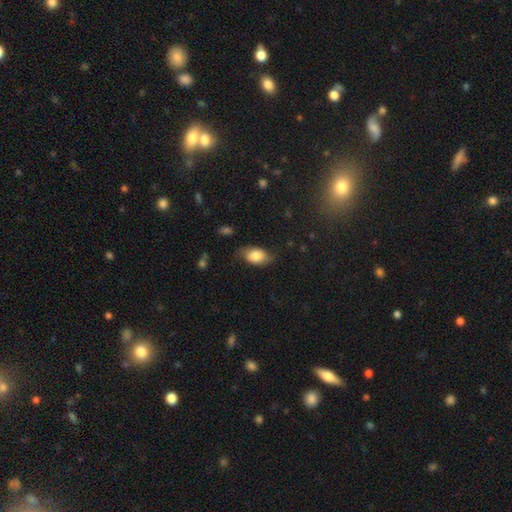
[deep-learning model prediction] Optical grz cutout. It shows a smooth galaxy with no disk features (76%) that is in between round and cigar-shaped (91%). Merging: none (67%).